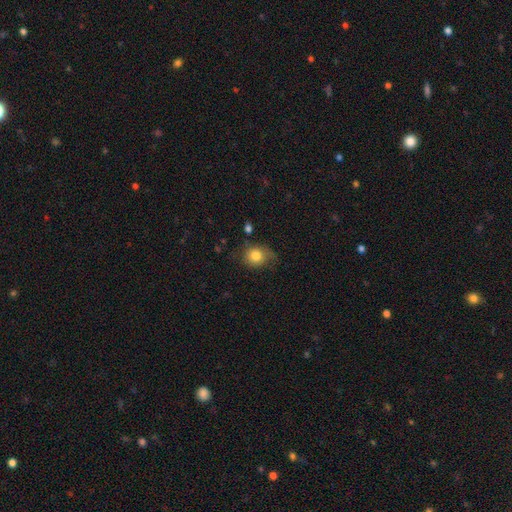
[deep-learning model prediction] Overall: smooth (80%). How rounded: round (64%; in between 35%). Merging: none (58%; minor disturbance 29%).